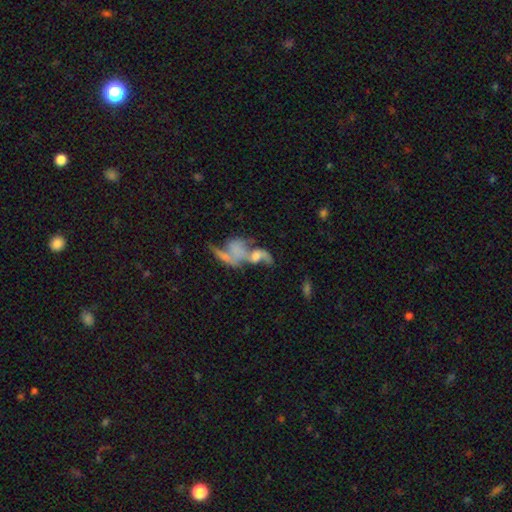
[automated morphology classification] Q: Smooth or featured?
A: featured or disk (57%); runner-up: smooth (30%)
Q: Edge-on disk?
A: no (95%); runner-up: yes (5%)
Q: Bar?
A: no (74%); runner-up: weak (19%)
Q: Spiral arms?
A: yes (61%); runner-up: no (39%)
Q: Bulge size?
A: none (49%); runner-up: moderate (20%)
Q: Merging?
A: merger (65%); runner-up: major disturbance (15%)